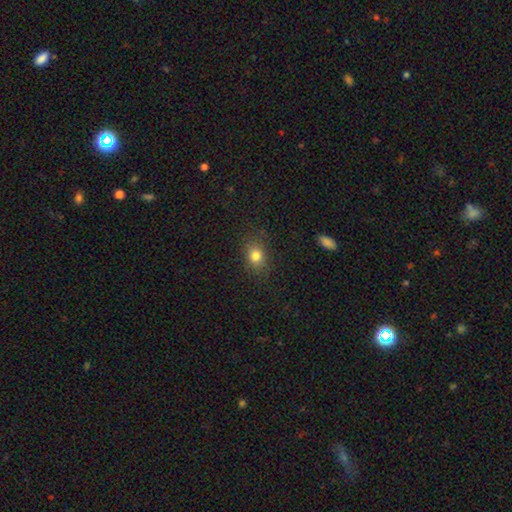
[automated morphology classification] Smooth or featured? Predicted: smooth (p=0.79). How rounded? Predicted: in between (p=0.51). Merging? Predicted: none (p=0.84).